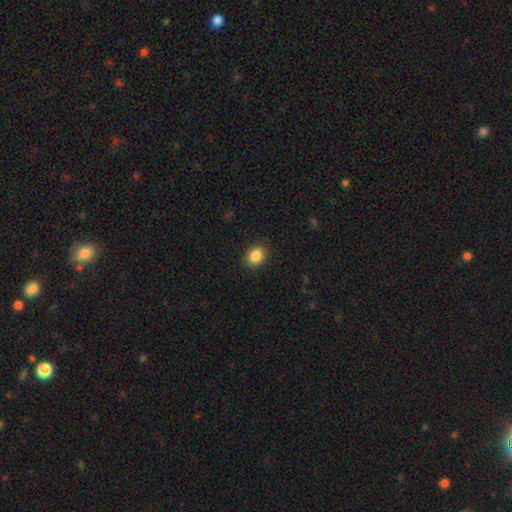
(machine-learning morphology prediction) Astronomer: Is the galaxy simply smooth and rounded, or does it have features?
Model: smooth — 87%.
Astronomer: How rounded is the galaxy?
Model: round — 52% (runner-up: in between, 47%).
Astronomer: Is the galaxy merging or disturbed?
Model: none — 88%.